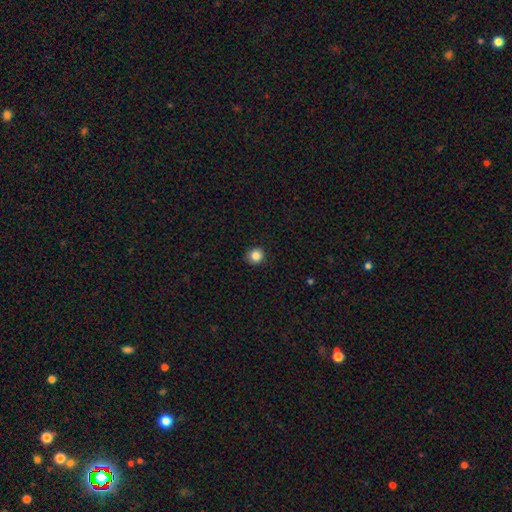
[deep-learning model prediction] A smooth galaxy with no disk features (85%) that is round (90%).

Vote fractions:
- Smooth or featured? smooth: 85% / star or artifact: 11% / featured or disk: 4%
- How rounded? round: 90% / in between: 9% / cigar-shaped: 1%
- Merging? none: 89% / minor disturbance: 9% / major disturbance: 2% / merger: 1%